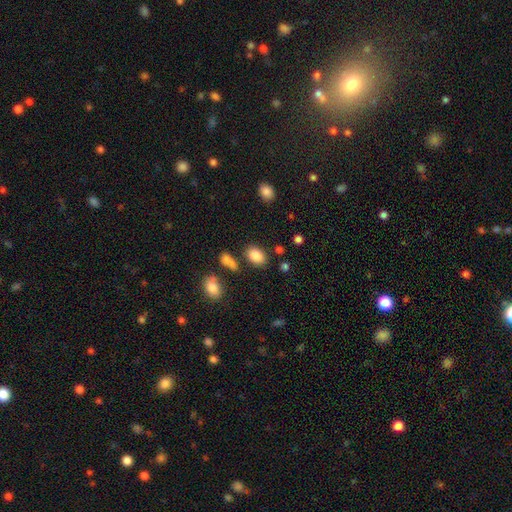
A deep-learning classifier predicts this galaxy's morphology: Smooth or featured: smooth — 85% (star or artifact — 9%)
How rounded: in between — 82% (round — 16%)
Merging: none — 76% (minor disturbance — 12%)